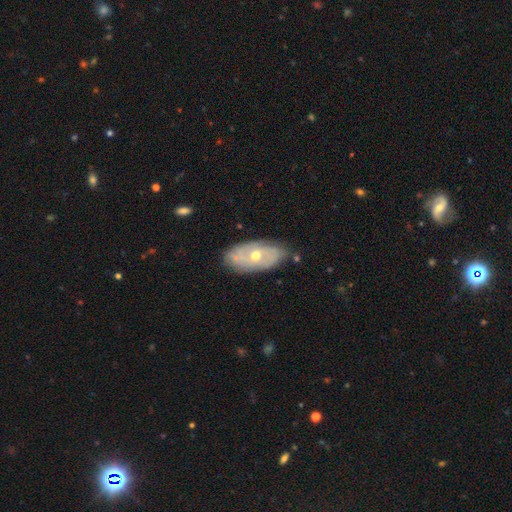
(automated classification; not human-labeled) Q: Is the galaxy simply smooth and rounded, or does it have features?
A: featured or disk — 65%.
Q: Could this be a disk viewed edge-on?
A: no — 90%.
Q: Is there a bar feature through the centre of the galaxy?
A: no — 78%.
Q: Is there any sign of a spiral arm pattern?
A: yes — 63%.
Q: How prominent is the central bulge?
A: moderate — 67%.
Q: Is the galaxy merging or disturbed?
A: none — 74%.